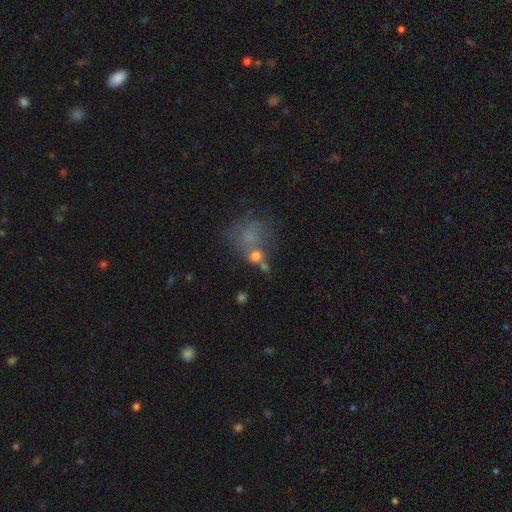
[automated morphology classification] Smooth or featured? smooth (65%)
How rounded? round (67%)
Merging? none (37%)